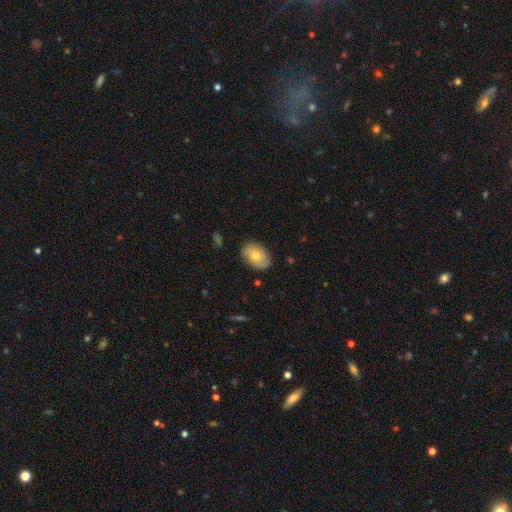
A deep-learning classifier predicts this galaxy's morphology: type=smooth (65%); roundness=in between (80%); merging=none (82%).